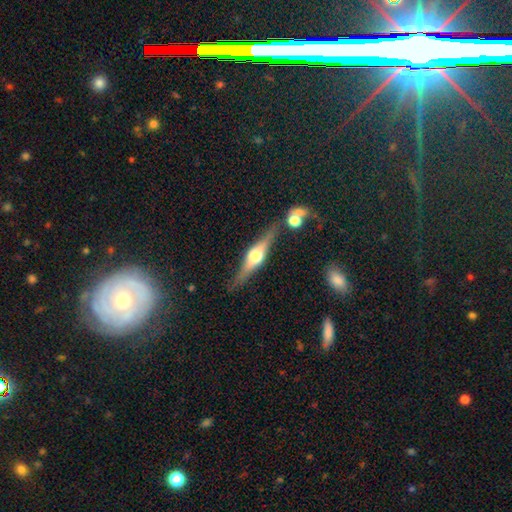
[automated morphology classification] smooth-or-featured: featured or disk: 77% | smooth: 17% | star or artifact: 6%
  disk-edge-on: yes: 97% | no: 3%
    edge-on-bulge: rounded: 94% | boxy: 5% | none: 2%
  merging: none: 80% | minor disturbance: 11% | merger: 6% | major disturbance: 3%